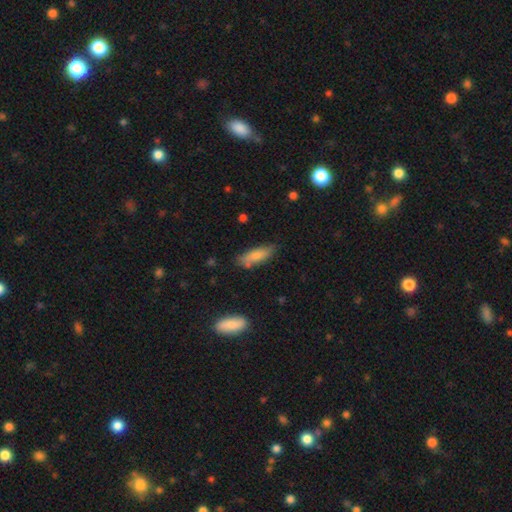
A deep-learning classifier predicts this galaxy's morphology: This is likely a smooth galaxy (78%). How rounded: possibly in between (55%). Merging: likely none (72%).